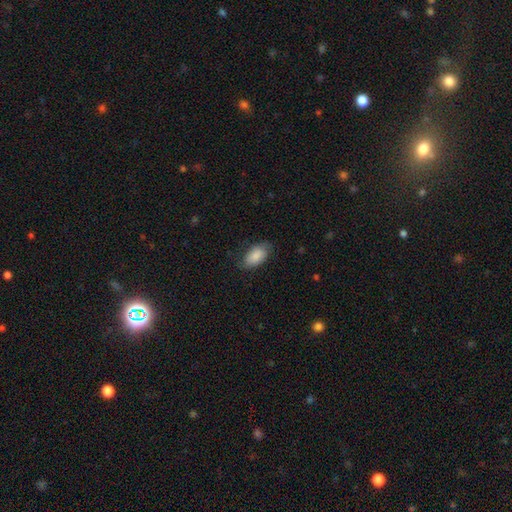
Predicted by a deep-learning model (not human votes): Q: Smooth or featured?
A: smooth (85%); runner-up: featured or disk (9%)
Q: How rounded?
A: in between (93%); runner-up: round (4%)
Q: Merging?
A: none (73%); runner-up: minor disturbance (21%)